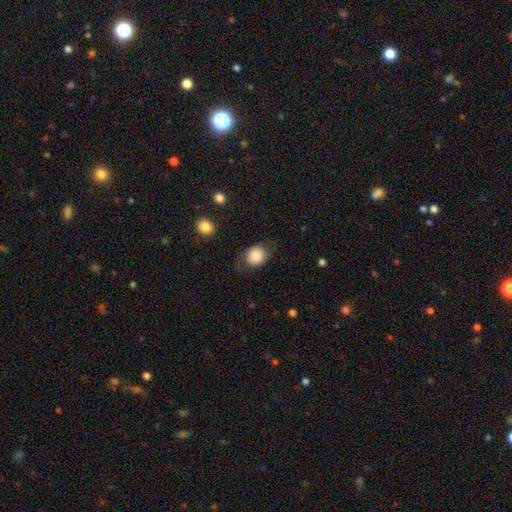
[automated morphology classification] type=smooth (75%); roundness=round (65%); merging=none (68%).